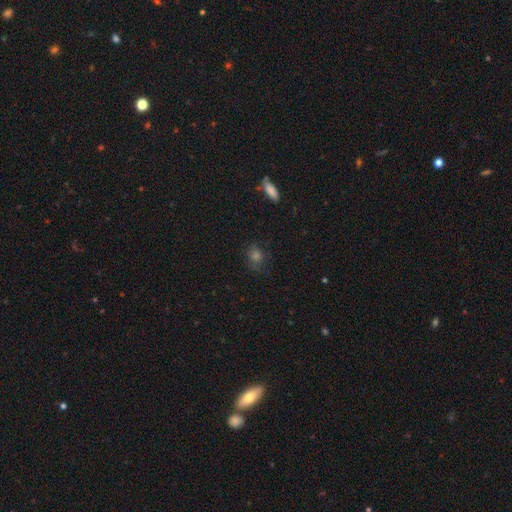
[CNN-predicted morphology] This is possibly a smooth galaxy (59%). How rounded: likely round (62%). Merging: likely none (71%).